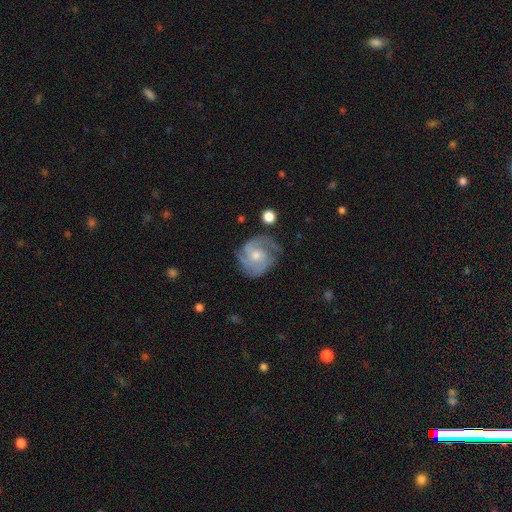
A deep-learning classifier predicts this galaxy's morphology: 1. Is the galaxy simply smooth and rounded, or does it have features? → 82% featured or disk, 13% smooth, 5% star or artifact.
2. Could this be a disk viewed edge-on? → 98% no, 2% yes.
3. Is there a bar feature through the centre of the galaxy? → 68% no, 28% weak, 4% strong.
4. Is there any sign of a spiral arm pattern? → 95% yes, 5% no.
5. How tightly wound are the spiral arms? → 44% tight (tied), 44% medium (tied), 12% loose.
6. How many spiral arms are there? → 46% 2, 26% 3, 15% can't tell, 5% 4, 5% 1, 4% more than 4.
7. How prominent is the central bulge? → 61% moderate, 29% small, 5% large, 3% none, 1% dominant.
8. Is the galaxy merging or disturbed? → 65% none, 22% minor disturbance, 10% major disturbance, 2% merger.